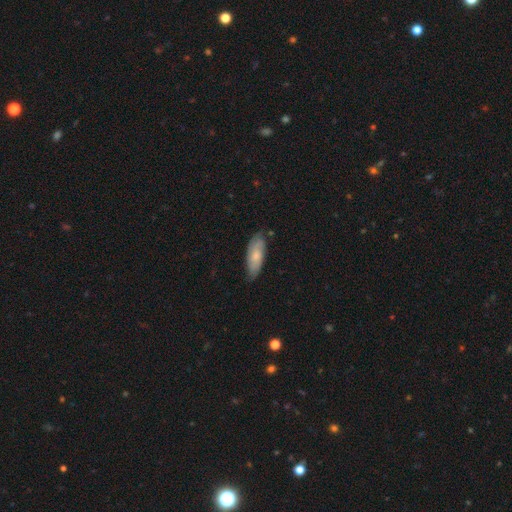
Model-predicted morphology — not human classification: smooth-or-featured: smooth: 54% | featured or disk: 40% | star or artifact: 6%
  how-rounded: in between: 71% | cigar-shaped: 27% | round: 2%
  merging: none: 70% | minor disturbance: 24% | major disturbance: 4% | merger: 2%